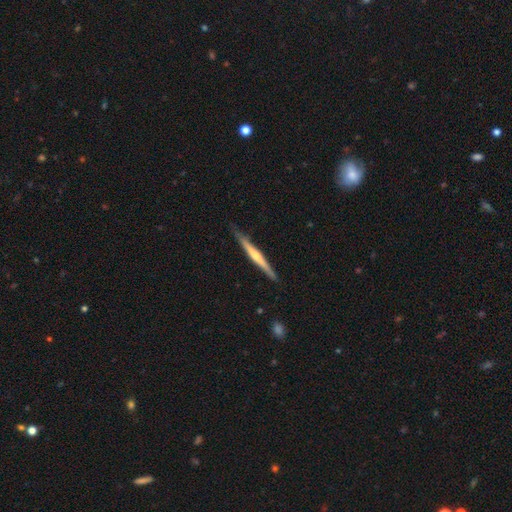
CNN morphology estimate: type=featured or disk (65%); edge-on=yes (97%); edge-on bulge=rounded (71%); merging=none (84%).